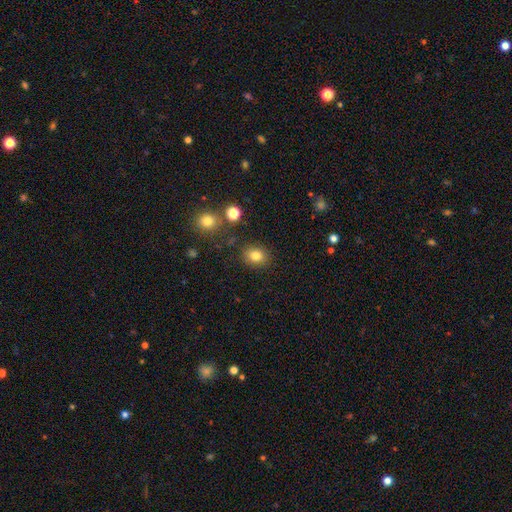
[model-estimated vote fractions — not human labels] A smooth galaxy with no disk features (81%) that is round (57%). Merging: none (85%).